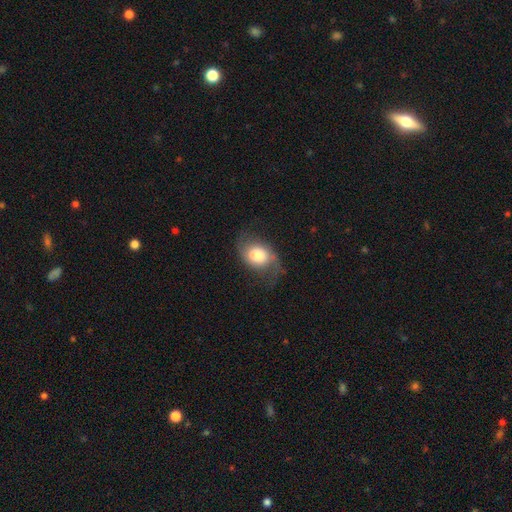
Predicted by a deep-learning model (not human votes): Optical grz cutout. It shows a smooth galaxy with no disk features (48%). Merging: none (54%).